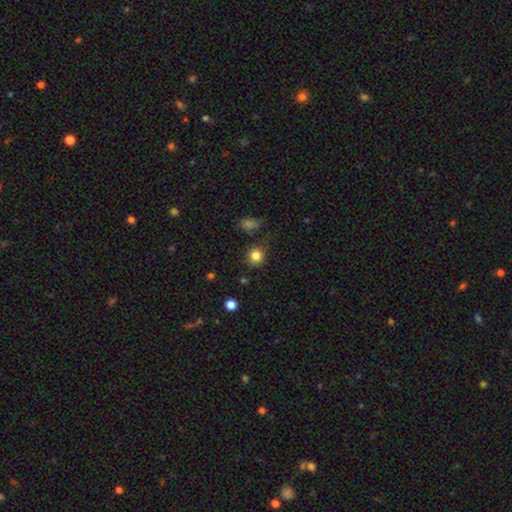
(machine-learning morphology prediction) Smooth or featured? smooth (83%)
How rounded? round (88%)
Merging? none (79%)